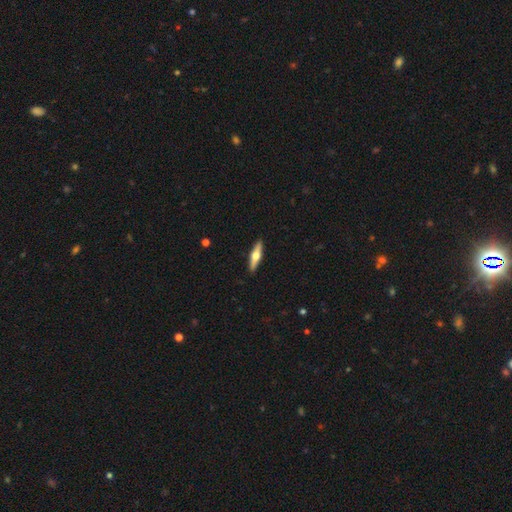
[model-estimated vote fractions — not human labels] A featured or disk galaxy (59%) viewed edge-on (96%) with a rounded central bulge (95%). Merging: none (92%).